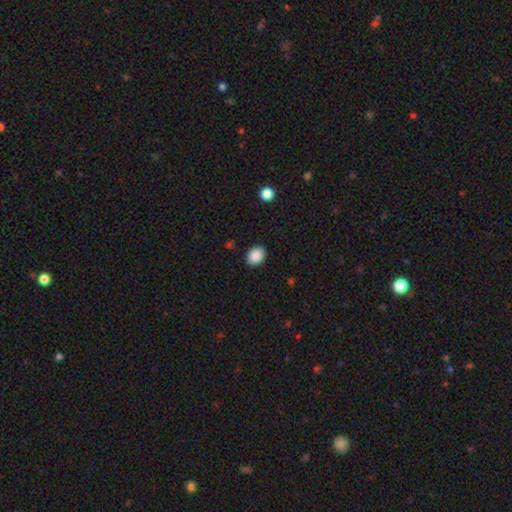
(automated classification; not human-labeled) Smooth or featured? Predicted: smooth (p=0.89). How rounded? Predicted: in between (p=0.56). Merging? Predicted: none (p=0.89).